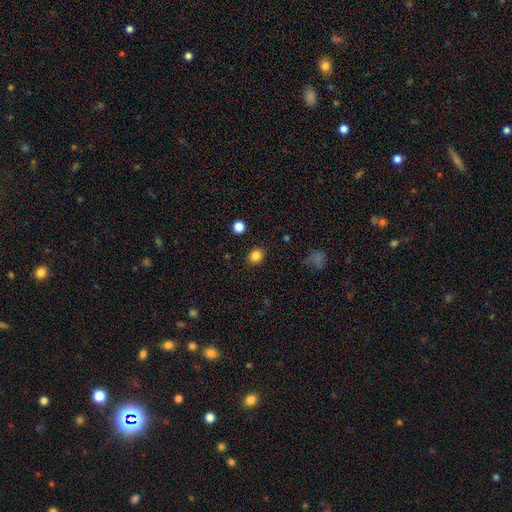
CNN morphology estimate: This appears to be a smooth galaxy with no disk features (84%) that is round (66%). Merging: none (88%).